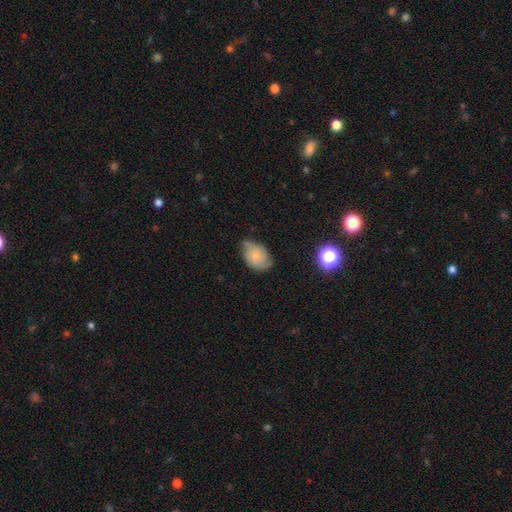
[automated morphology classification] The model was most divided on "merging": none: 53%, minor disturbance: 36%, major disturbance: 9%, merger: 2%. More confident: how rounded — in between (80%); smooth or featured — smooth (55%).